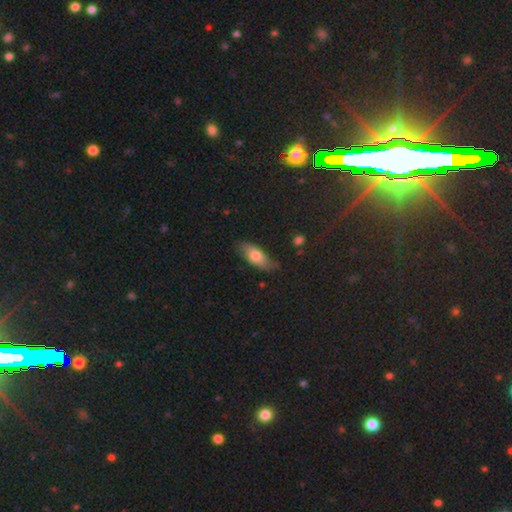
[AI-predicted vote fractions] Smooth or featured: smooth — 70% (featured or disk — 24%)
How rounded: in between — 81% (cigar-shaped — 16%)
Merging: none — 72% (minor disturbance — 22%)